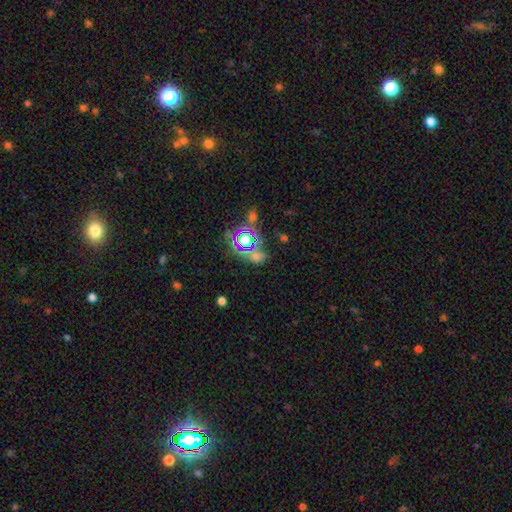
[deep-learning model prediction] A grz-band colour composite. It shows a star or artifact, not a galaxy (61%).